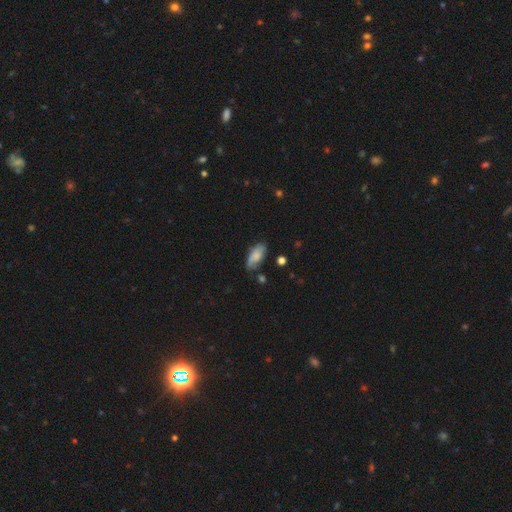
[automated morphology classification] type=smooth (75%); roundness=in between (88%); merging=none (65%).